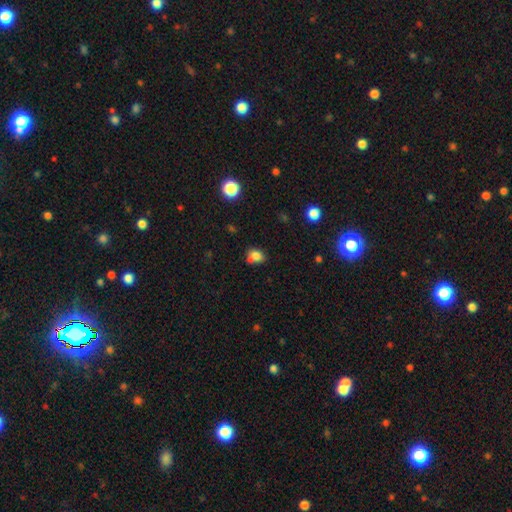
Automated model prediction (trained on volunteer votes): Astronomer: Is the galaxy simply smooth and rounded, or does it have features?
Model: smooth — 79%.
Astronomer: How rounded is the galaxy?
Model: in between — 63%.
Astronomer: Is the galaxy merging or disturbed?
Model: none — 50% (runner-up: merger, 31%).